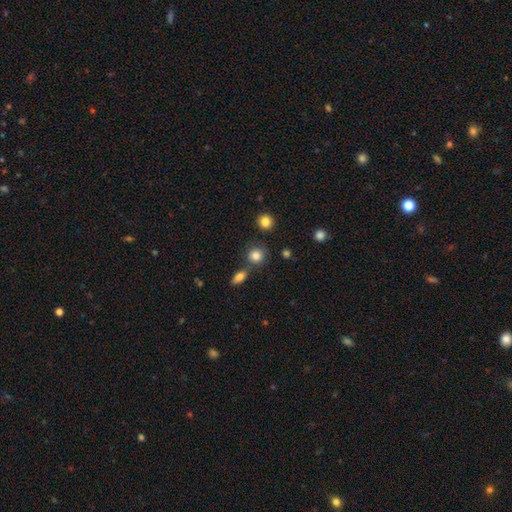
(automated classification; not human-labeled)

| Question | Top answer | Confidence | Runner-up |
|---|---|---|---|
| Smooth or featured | smooth | 83% | star or artifact (11%) |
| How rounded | round | 83% | in between (15%) |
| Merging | none | 73% | merger (14%) |